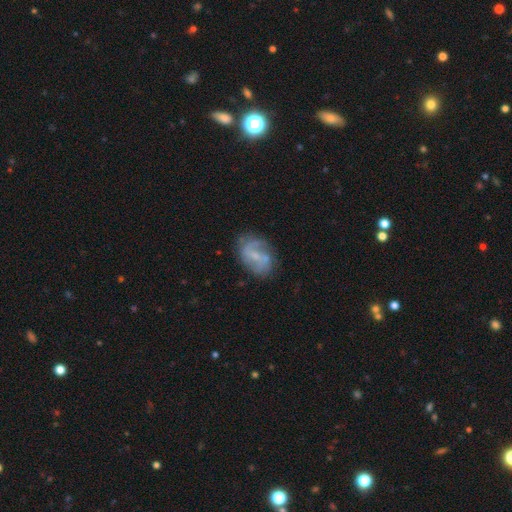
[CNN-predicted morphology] Smooth or featured? featured or disk (67%)
Edge-on disk? no (97%)
Bar? weak (53%)
Spiral arms? yes (79%)
Spiral winding? loose (44%)
Spiral arm count? 2 (68%)
Bulge size? small (52%)
Merging? none (62%)